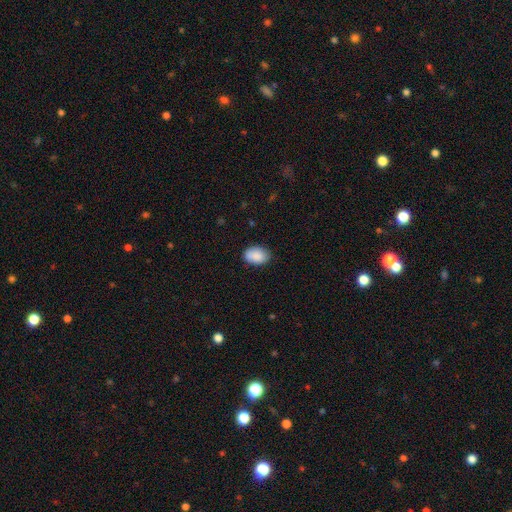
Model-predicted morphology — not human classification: A smooth galaxy with no disk features (89%) that is in between round and cigar-shaped (86%).

Vote fractions:
- Smooth or featured? smooth: 89% / star or artifact: 7% / featured or disk: 5%
- How rounded? in between: 86% / round: 13% / cigar-shaped: 1%
- Merging? none: 82% / minor disturbance: 14% / major disturbance: 3% / merger: 1%